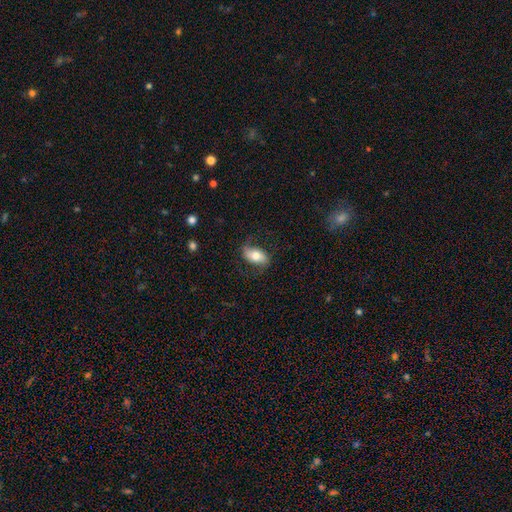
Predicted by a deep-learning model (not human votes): Smooth or featured: smooth — 58% (featured or disk — 35%)
How rounded: in between — 90% (round — 6%)
Merging: none — 69% (minor disturbance — 20%)